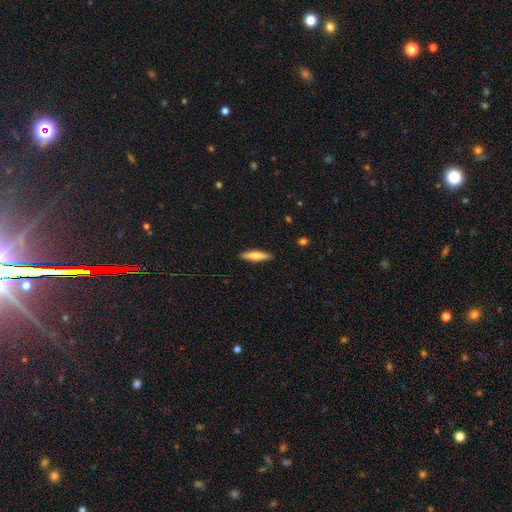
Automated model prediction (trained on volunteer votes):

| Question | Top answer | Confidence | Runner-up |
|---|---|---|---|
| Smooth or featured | smooth | 66% | featured or disk (28%) |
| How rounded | cigar-shaped | 76% | in between (23%) |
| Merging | none | 90% | minor disturbance (8%) |